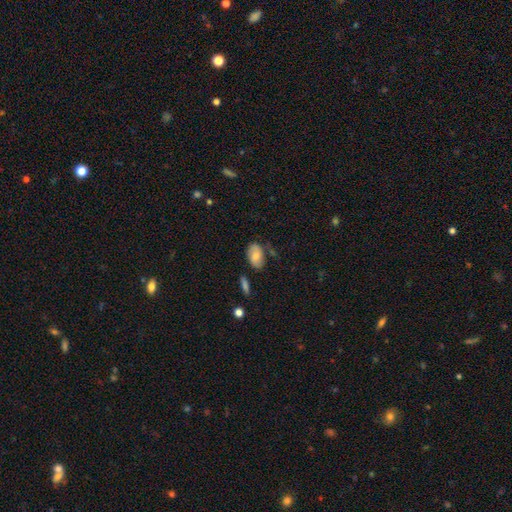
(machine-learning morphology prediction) Smooth or featured?
  - smooth: 73% *
  - featured or disk: 20%
  - star or artifact: 7%
How rounded?
  - in between: 90% *
  - round: 8%
  - cigar-shaped: 2%
Merging?
  - none: 67% *
  - minor disturbance: 21%
  - merger: 6%
  - major disturbance: 6%